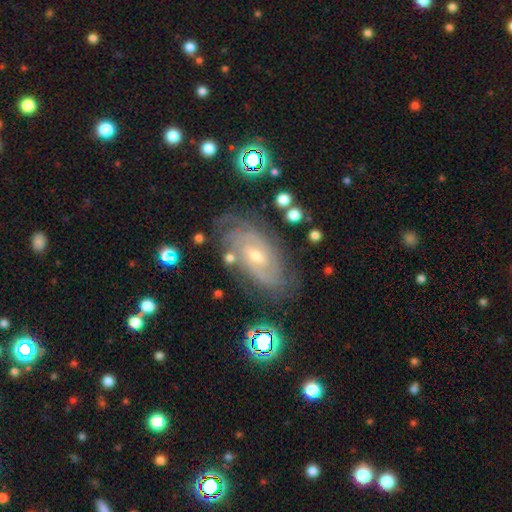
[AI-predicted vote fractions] Smooth or featured: featured or disk — 82% (star or artifact — 10%)
Edge-on disk: no — 94% (yes — 6%)
Bar: no — 53% (weak — 37%)
Spiral arms: yes — 96% (no — 4%)
Spiral winding: tight — 71% (medium — 24%)
Spiral arm count: can't tell — 36% (2 — 29%)
Bulge size: small — 58% (moderate — 37%)
Merging: none — 75% (minor disturbance — 16%)